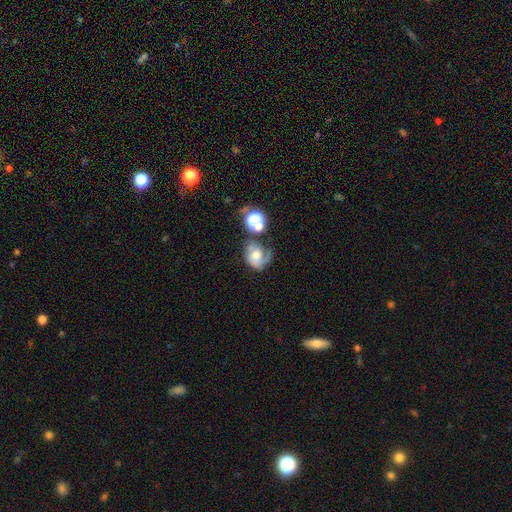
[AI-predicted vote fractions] featured or disk 56%, smooth 32%, star or artifact 13%. Down the decision tree: edge-on disk — no (97%); bar — no (70%); spiral arms — yes (84%); bulge size — moderate (40%); merging — none (34%).